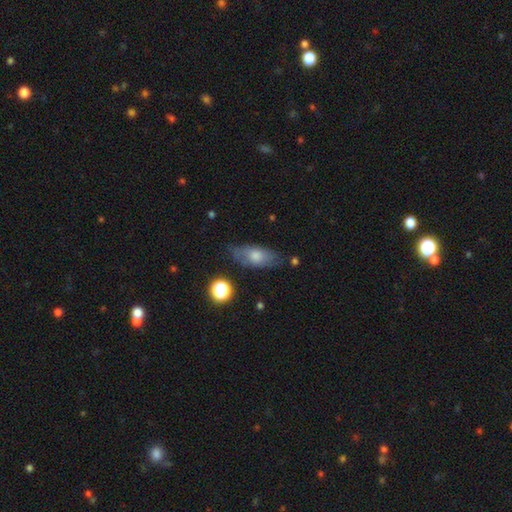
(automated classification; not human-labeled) A smooth galaxy with no disk features (61%) that is in between round and cigar-shaped (77%).

Vote fractions:
- Smooth or featured? smooth: 61% / featured or disk: 29% / star or artifact: 10%
- How rounded? in between: 77% / cigar-shaped: 18% / round: 6%
- Merging? none: 74% / minor disturbance: 19% / major disturbance: 5% / merger: 3%